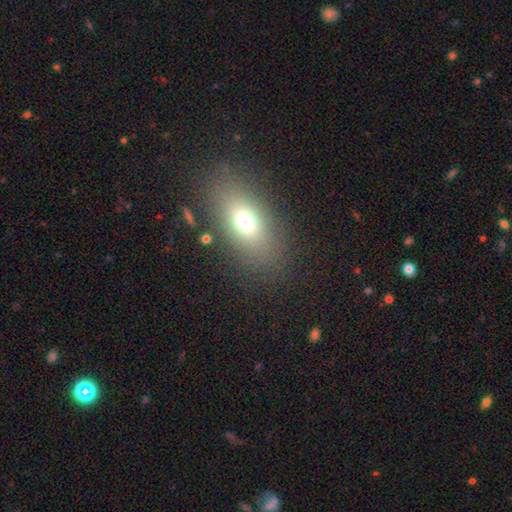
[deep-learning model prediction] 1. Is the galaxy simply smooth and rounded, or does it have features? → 69% smooth, 18% featured or disk, 13% star or artifact.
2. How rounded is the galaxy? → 82% in between, 11% round, 8% cigar-shaped.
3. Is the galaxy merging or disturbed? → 85% none, 9% minor disturbance, 4% major disturbance, 2% merger.